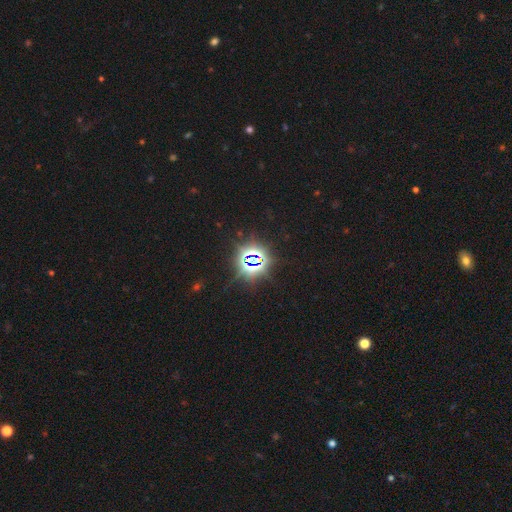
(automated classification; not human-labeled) Overall: star or artifact (83%).